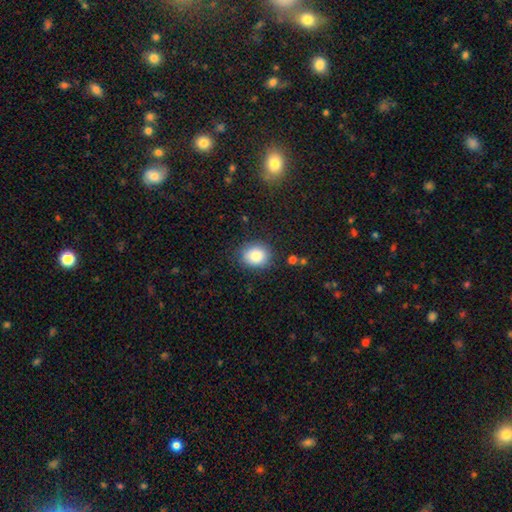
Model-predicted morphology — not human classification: Overall: smooth (85%). How rounded: round (63%; in between 36%). Merging: none (85%).